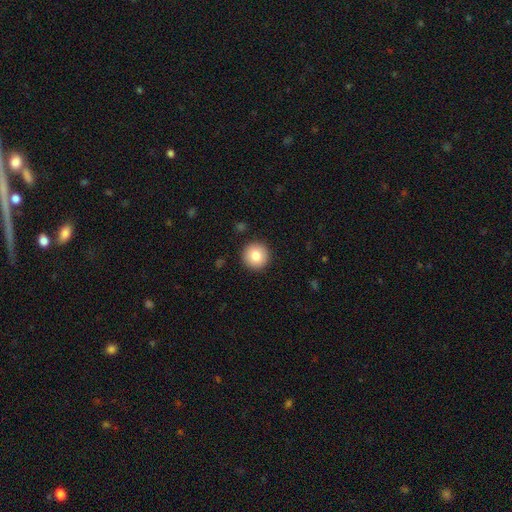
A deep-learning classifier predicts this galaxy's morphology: Smooth or featured?
  - smooth: 82% *
  - featured or disk: 9%
  - star or artifact: 9%
How rounded?
  - round: 96% *
  - in between: 3%
  - cigar-shaped: 1%
Merging?
  - none: 92% *
  - minor disturbance: 5%
  - major disturbance: 2%
  - merger: 1%